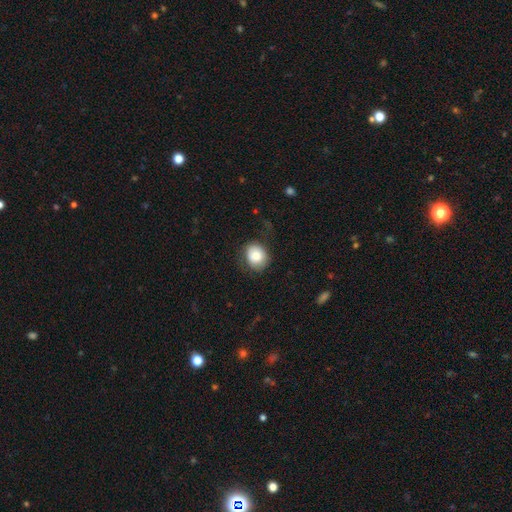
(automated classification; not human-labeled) smooth 80%, featured or disk 12%, star or artifact 8%. Down the decision tree: how rounded — round (62%); merging — none (66%).